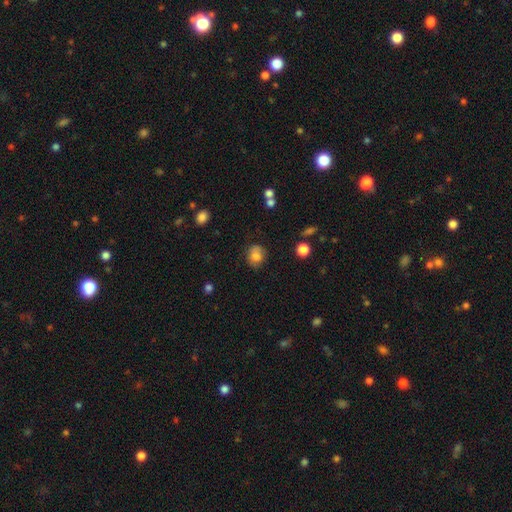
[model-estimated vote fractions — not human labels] smooth_or_featured: smooth (p=0.79) [alt: featured or disk p=0.11]
how_rounded: round (p=0.58) [alt: in between p=0.41]
merging: none (p=0.70) [alt: minor disturbance p=0.21]